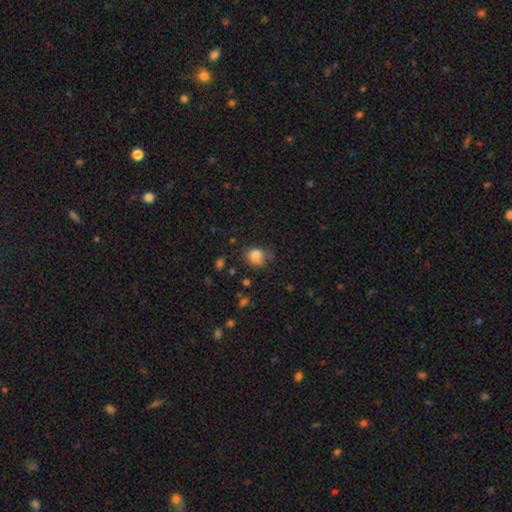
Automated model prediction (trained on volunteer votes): This is likely a smooth galaxy (77%). How rounded: possibly round (53%). Merging: marginally none (43%).